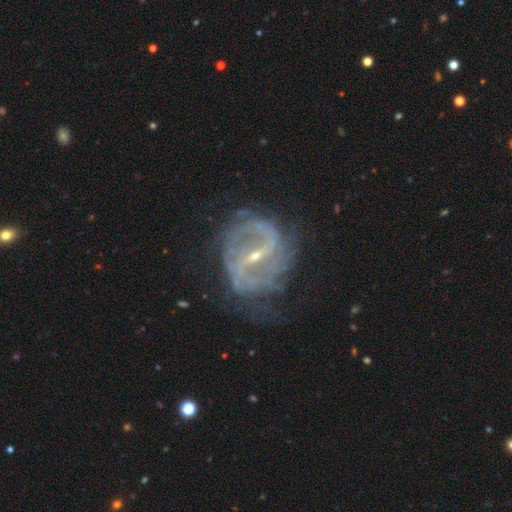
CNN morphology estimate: smooth-or-featured: featured or disk: 89% | star or artifact: 6% | smooth: 5%
  disk-edge-on: no: 97% | yes: 3%
    bar: strong: 59% | weak: 32% | no: 9%
    has-spiral-arms: yes: 92% | no: 8%
      spiral-winding: medium: 45% | tight: 29% | loose: 26%
      spiral-arm-count: 2: 57% | can't tell: 21% | 3: 9% | 4: 5% | 1: 5% | more than 4: 4%
    bulge-size: small: 77% | moderate: 19% | none: 2% | large: 1% | dominant: 1%
  merging: none: 56% | minor disturbance: 24% | major disturbance: 18% | merger: 2%